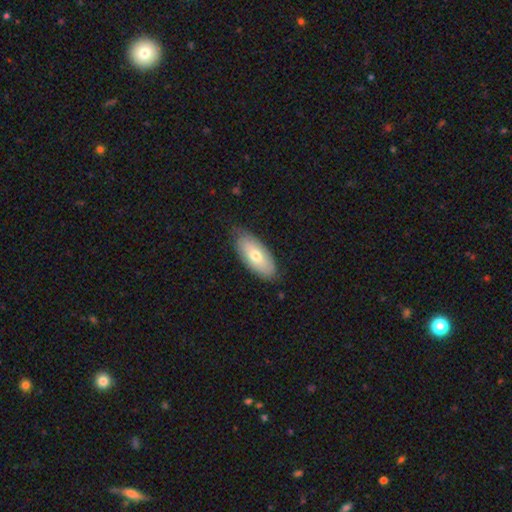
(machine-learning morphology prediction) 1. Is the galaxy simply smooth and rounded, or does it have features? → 65% smooth, 29% featured or disk, 6% star or artifact.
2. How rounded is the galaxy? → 89% in between, 9% cigar-shaped, 2% round.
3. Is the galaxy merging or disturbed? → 77% none, 19% minor disturbance, 3% major disturbance, 1% merger.